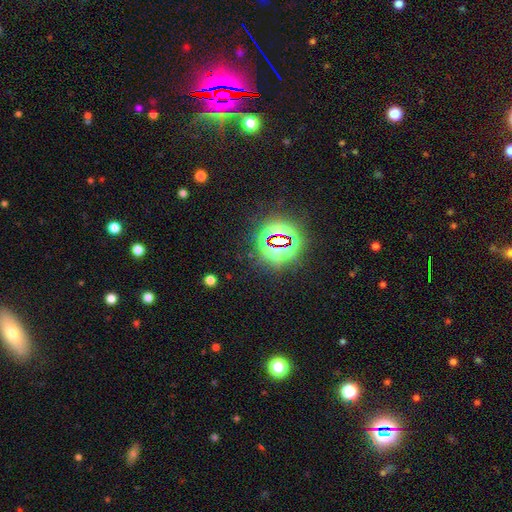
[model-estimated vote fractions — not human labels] This appears to be a star or artifact, not a galaxy (82%).